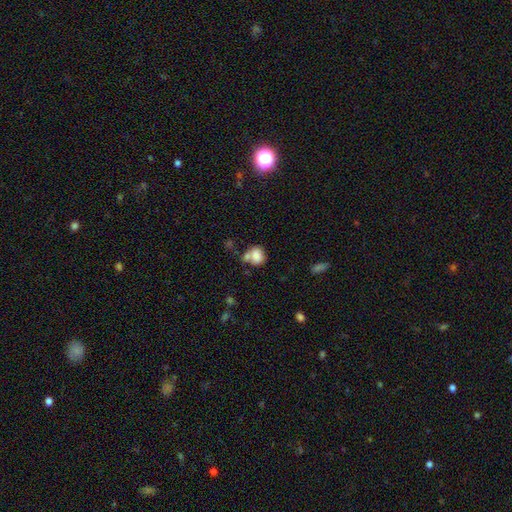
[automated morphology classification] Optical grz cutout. It shows a smooth galaxy with no disk features (80%) that is round (59%). Merging: none (40%).